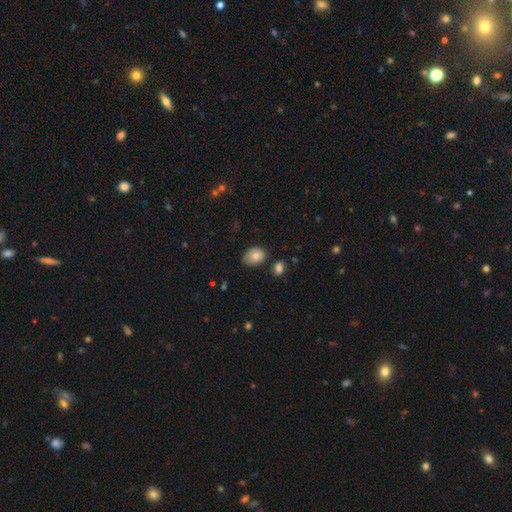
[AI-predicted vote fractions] This appears to be a smooth galaxy with no disk features (80%) that is in between round and cigar-shaped (74%). Merging: none (65%).